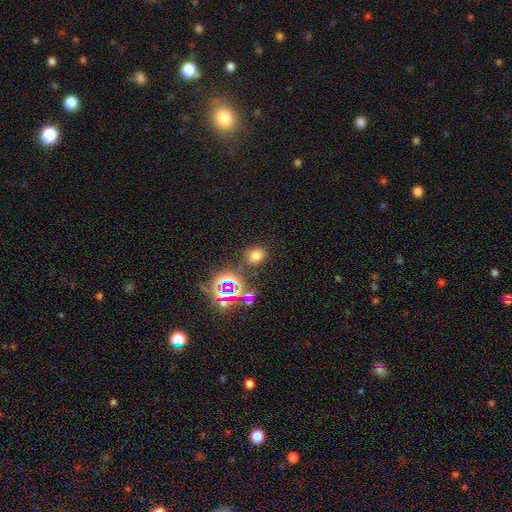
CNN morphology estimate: type=smooth (67%); roundness=round (64%); merging=none (82%).